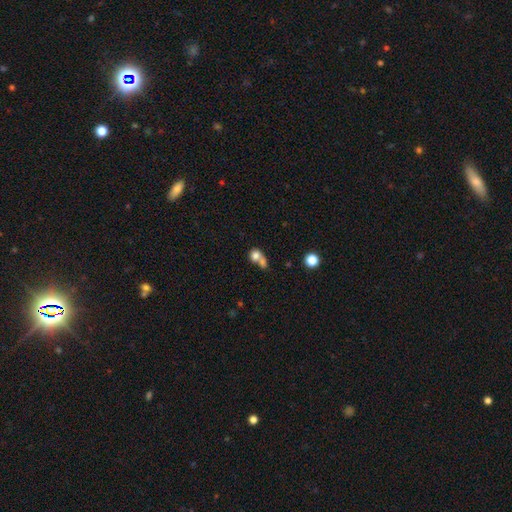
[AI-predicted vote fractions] smooth-or-featured: smooth: 75% | featured or disk: 15% | star or artifact: 11%
  how-rounded: round: 68% | in between: 30% | cigar-shaped: 2%
  merging: merger: 62% | none: 24% | minor disturbance: 7% | major disturbance: 6%